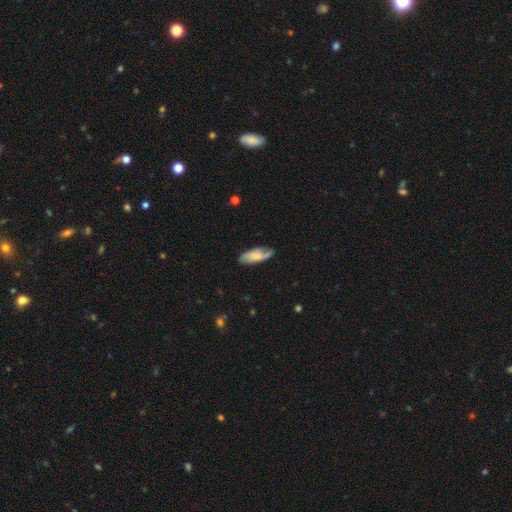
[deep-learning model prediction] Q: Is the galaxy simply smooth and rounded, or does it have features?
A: smooth — 52%.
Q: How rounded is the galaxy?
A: in between — 70%.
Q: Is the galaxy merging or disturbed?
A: none — 73%.